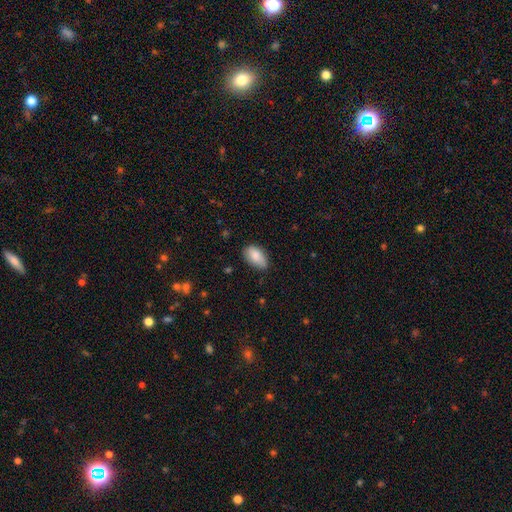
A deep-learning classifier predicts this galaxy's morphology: The model was most divided on "merging": none: 74%, minor disturbance: 22%, major disturbance: 3%, merger: 1%. More confident: how rounded — in between (93%); smooth or featured — smooth (85%).